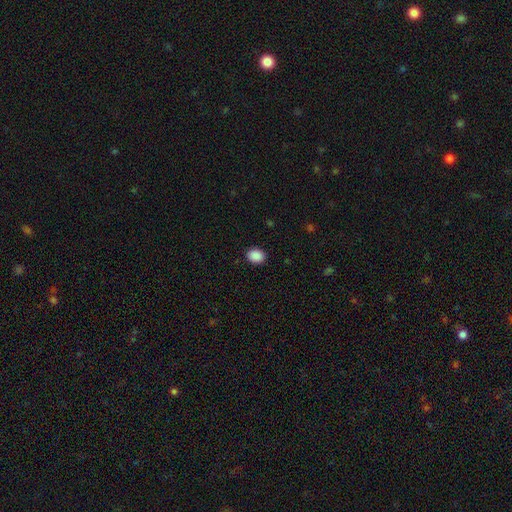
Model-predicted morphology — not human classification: Q: Smooth or featured?
A: smooth (90%); runner-up: star or artifact (8%)
Q: How rounded?
A: in between (56%); runner-up: round (43%)
Q: Merging?
A: none (89%); runner-up: minor disturbance (8%)